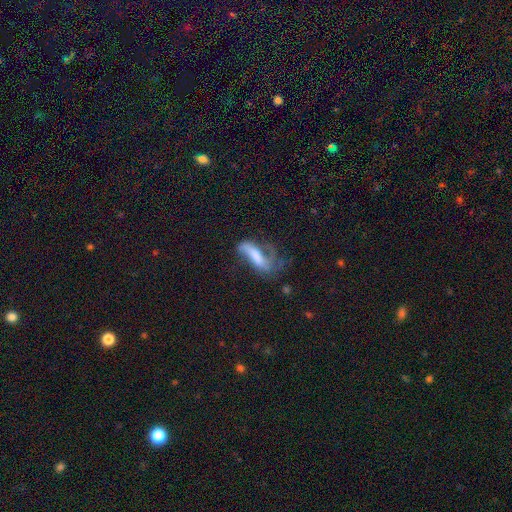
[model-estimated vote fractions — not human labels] A featured or disk galaxy (52%).

Vote fractions:
- Smooth or featured? featured or disk: 52% / smooth: 38% / star or artifact: 9%
- Edge-on disk? no: 82% / yes: 18%
- Merging? major disturbance: 42% / none: 31% / minor disturbance: 22% / merger: 5%